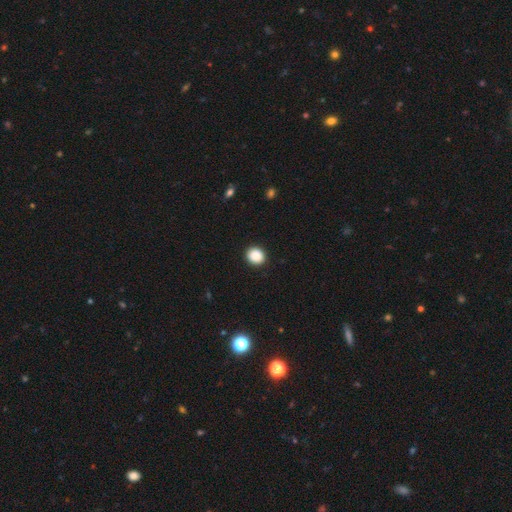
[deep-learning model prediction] smooth-or-featured: smooth: 89% | star or artifact: 9% | featured or disk: 3%
  how-rounded: round: 80% | in between: 19% | cigar-shaped: 1%
  merging: none: 92% | minor disturbance: 5% | major disturbance: 2% | merger: 1%